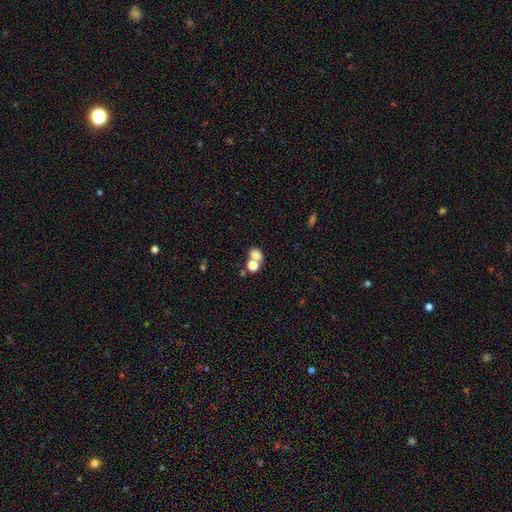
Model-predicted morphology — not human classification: A smooth galaxy with no disk features (74%) that is round (54%). Merging: merger (55%).